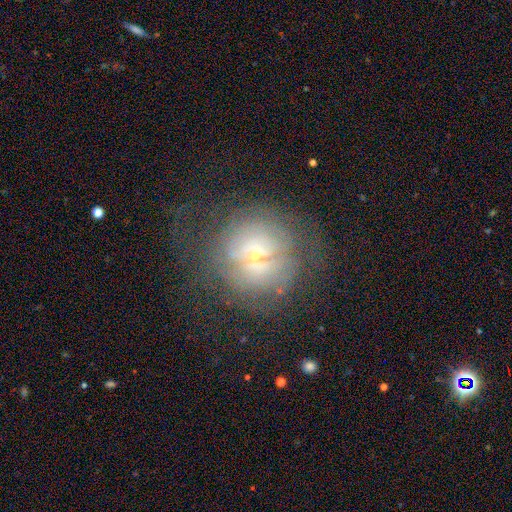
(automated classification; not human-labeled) Smooth or featured: featured or disk — 50% (smooth — 36%)
Merging: none — 53% (major disturbance — 22%)